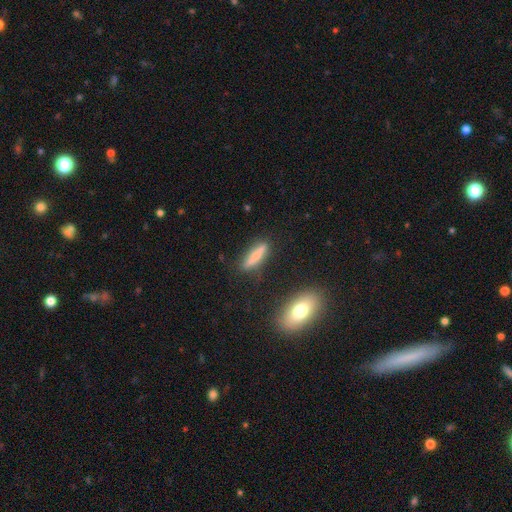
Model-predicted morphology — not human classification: Smooth or featured? Predicted: smooth (p=0.70). How rounded? Predicted: cigar-shaped (p=0.79). Merging? Predicted: none (p=0.83).